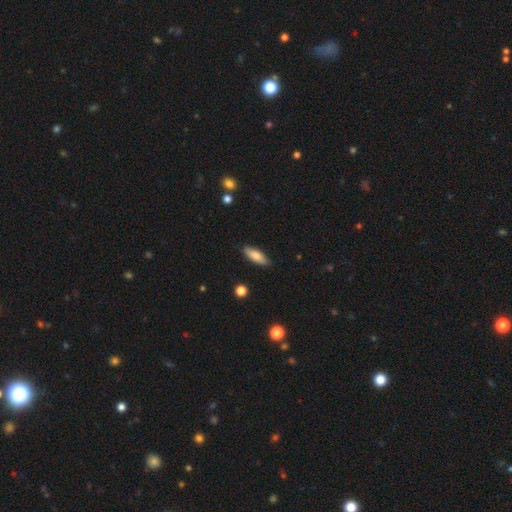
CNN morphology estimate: A smooth galaxy with no disk features (80%) that is in between round and cigar-shaped (60%). Merging: none (86%).